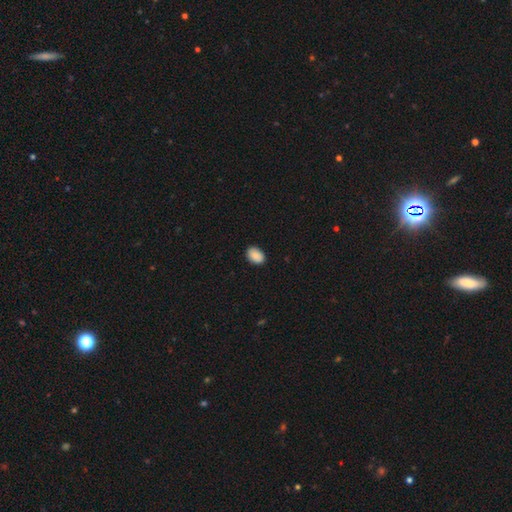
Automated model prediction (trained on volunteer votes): Smooth or featured: smooth — 89% (star or artifact — 7%)
How rounded: in between — 81% (round — 18%)
Merging: none — 88% (minor disturbance — 9%)